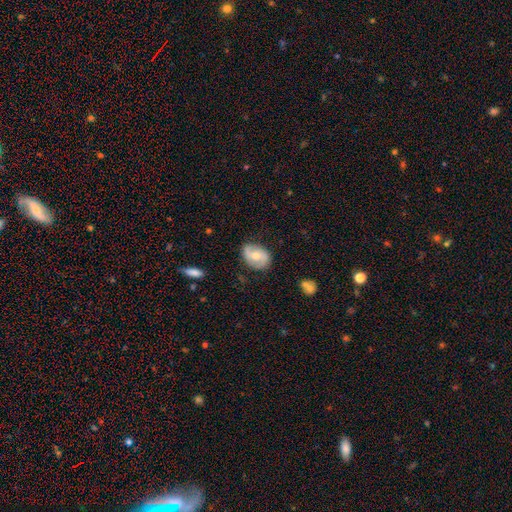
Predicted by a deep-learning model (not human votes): Morphology: type=featured or disk (60%); edge-on=no (96%); bar=no (52%); spiral arms=yes (76%); bulge=moderate (69%); merging=none (79%).